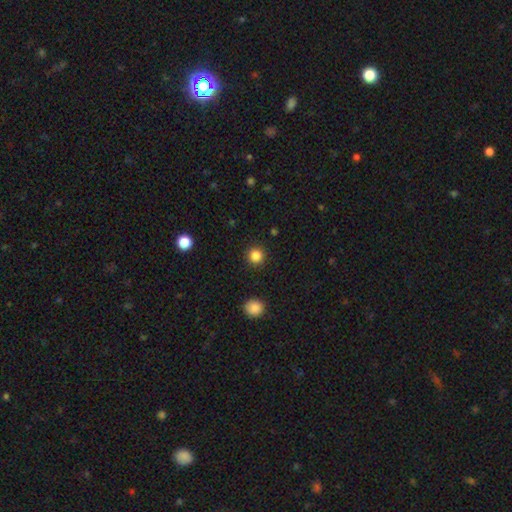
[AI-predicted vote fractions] This is clearly a smooth galaxy (85%). How rounded: clearly round (94%). Merging: clearly none (91%).